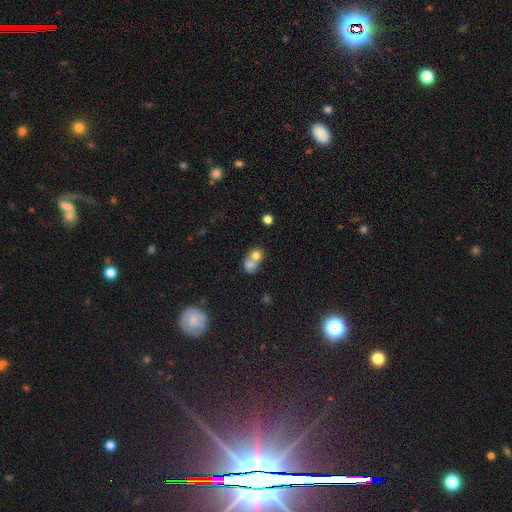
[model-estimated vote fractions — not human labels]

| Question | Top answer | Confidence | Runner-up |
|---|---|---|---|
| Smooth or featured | smooth | 72% | featured or disk (16%) |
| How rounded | round | 67% | in between (32%) |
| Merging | merger | 67% | none (23%) |